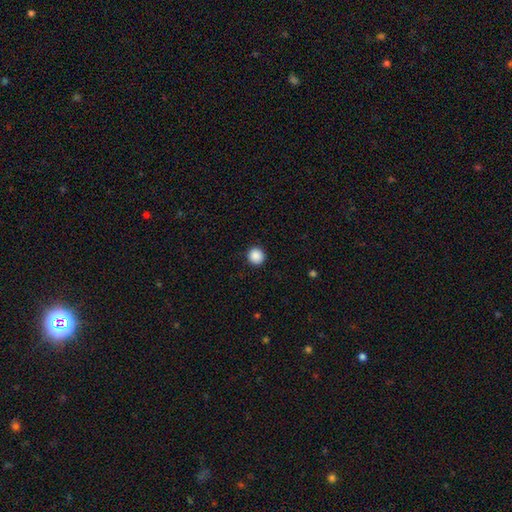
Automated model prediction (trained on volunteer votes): smooth_or_featured: smooth (p=0.89) [alt: star or artifact p=0.09]
how_rounded: round (p=0.94) [alt: in between p=0.05]
merging: none (p=0.92) [alt: minor disturbance p=0.05]